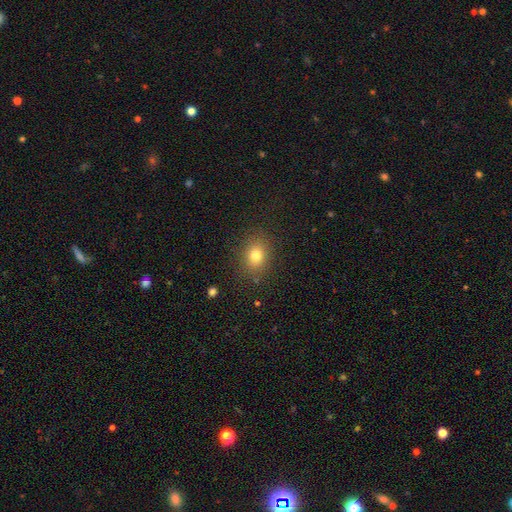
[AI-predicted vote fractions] A smooth galaxy with no disk features (79%) that is in between round and cigar-shaped (53%). Merging: none (85%).